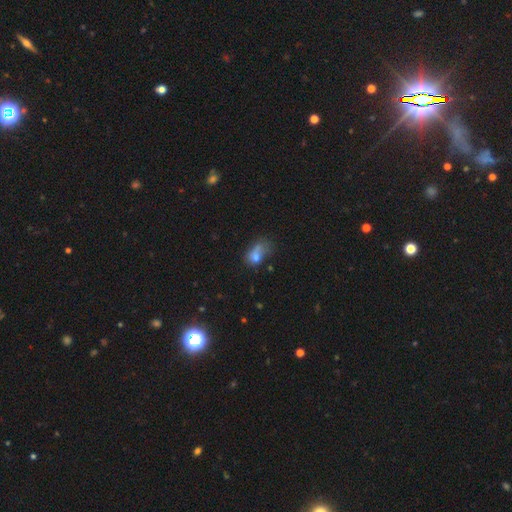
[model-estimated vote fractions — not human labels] Overall: smooth (66%). How rounded: in between (74%). Merging: major disturbance (34%; minor disturbance 25%).